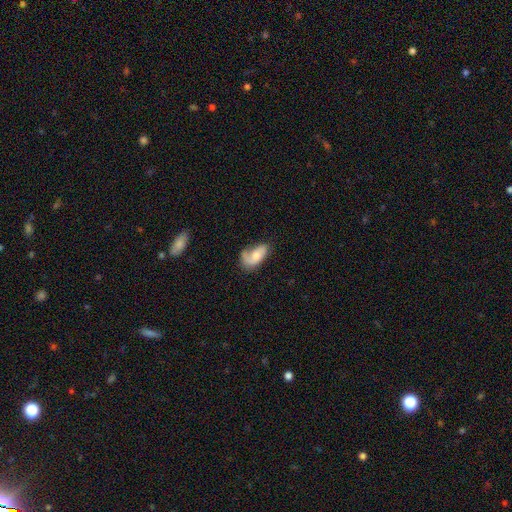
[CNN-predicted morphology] The model was most divided on "smooth or featured": smooth: 50%, featured or disk: 43%, star or artifact: 7%. Remaining: merging — none (41%).